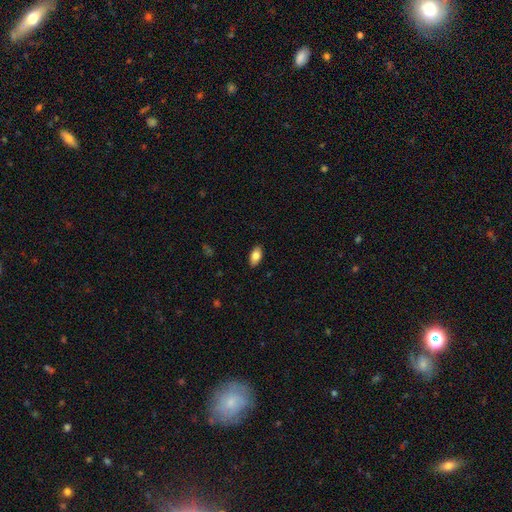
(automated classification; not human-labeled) Smooth or featured?
  - smooth: 82% *
  - featured or disk: 11%
  - star or artifact: 7%
How rounded?
  - in between: 92% *
  - cigar-shaped: 5%
  - round: 4%
Merging?
  - none: 88% *
  - minor disturbance: 9%
  - major disturbance: 2%
  - merger: 1%